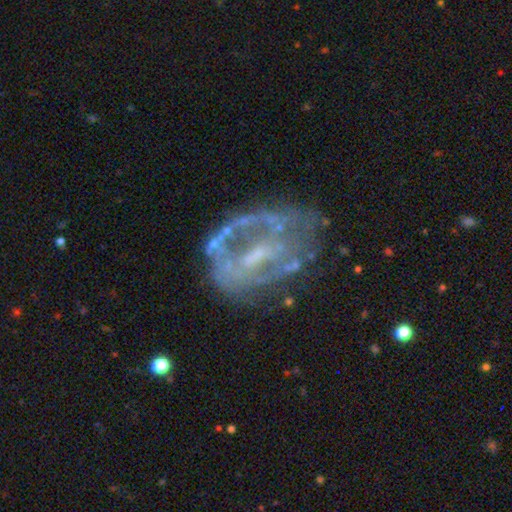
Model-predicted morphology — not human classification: Q: Smooth or featured?
A: featured or disk (77%); runner-up: smooth (13%)
Q: Edge-on disk?
A: no (96%); runner-up: yes (4%)
Q: Bar?
A: weak (40%); tied with: no (40%)
Q: Spiral arms?
A: yes (52%); runner-up: no (48%)
Q: Bulge size?
A: small (44%); runner-up: none (30%)
Q: Merging?
A: none (51%); runner-up: major disturbance (23%)